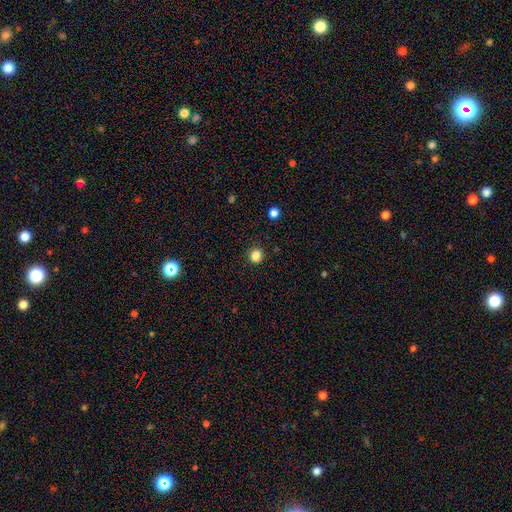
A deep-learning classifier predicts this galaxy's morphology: smooth_or_featured: smooth (p=0.84) [alt: star or artifact p=0.12]
how_rounded: round (p=0.90) [alt: in between p=0.09]
merging: none (p=0.91) [alt: minor disturbance p=0.06]